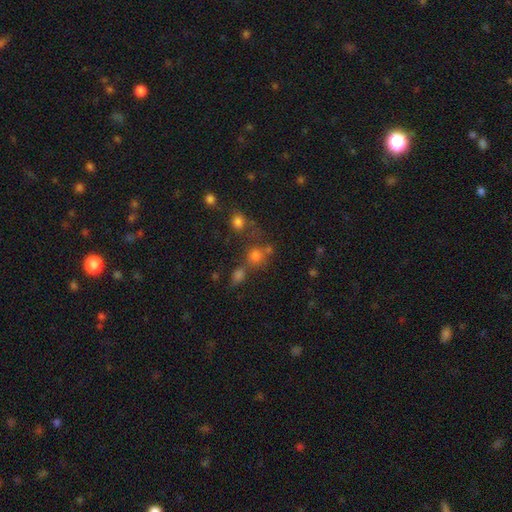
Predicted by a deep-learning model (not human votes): Q: Smooth or featured?
A: smooth (64%); runner-up: star or artifact (25%)
Q: How rounded?
A: round (83%); runner-up: in between (16%)
Q: Merging?
A: none (55%); runner-up: merger (28%)